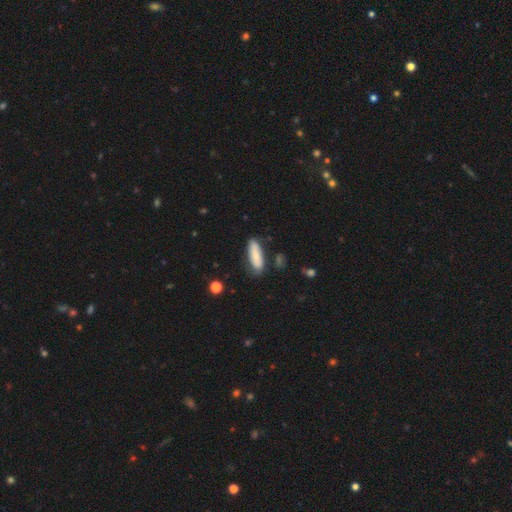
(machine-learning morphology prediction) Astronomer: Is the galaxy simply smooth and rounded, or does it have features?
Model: smooth — 73%.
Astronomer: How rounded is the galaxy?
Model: in between — 52% (runner-up: cigar-shaped, 46%).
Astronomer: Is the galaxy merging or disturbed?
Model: none — 72%.